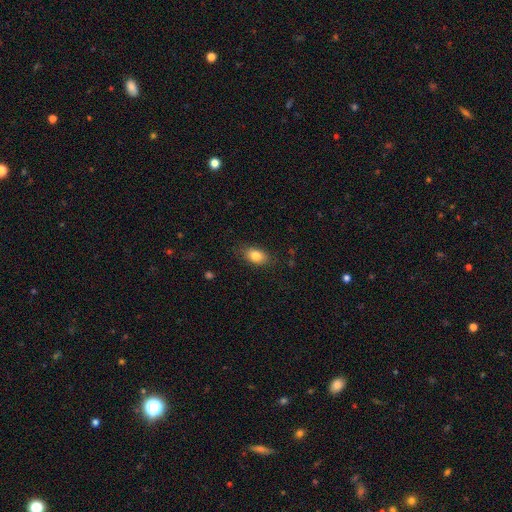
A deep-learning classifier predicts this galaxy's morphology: Smooth or featured?
  - smooth: 83% *
  - featured or disk: 9%
  - star or artifact: 8%
How rounded?
  - in between: 87% *
  - round: 11%
  - cigar-shaped: 2%
Merging?
  - none: 83% *
  - minor disturbance: 13%
  - major disturbance: 3%
  - merger: 1%